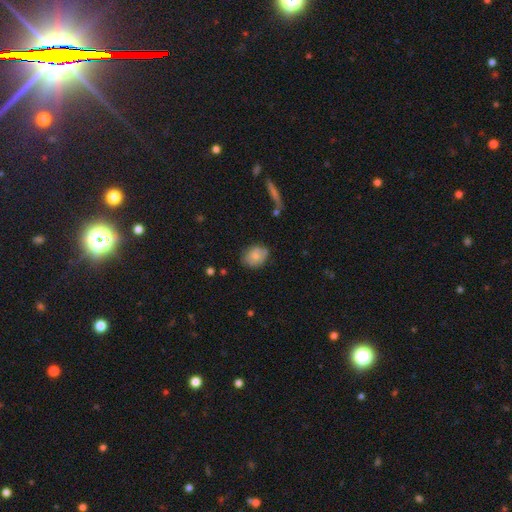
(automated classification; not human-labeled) Smooth or featured?
  - smooth: 74% *
  - featured or disk: 18%
  - star or artifact: 8%
How rounded?
  - in between: 53% *
  - round: 45%
  - cigar-shaped: 1%
Merging?
  - none: 72% *
  - minor disturbance: 21%
  - major disturbance: 5%
  - merger: 2%